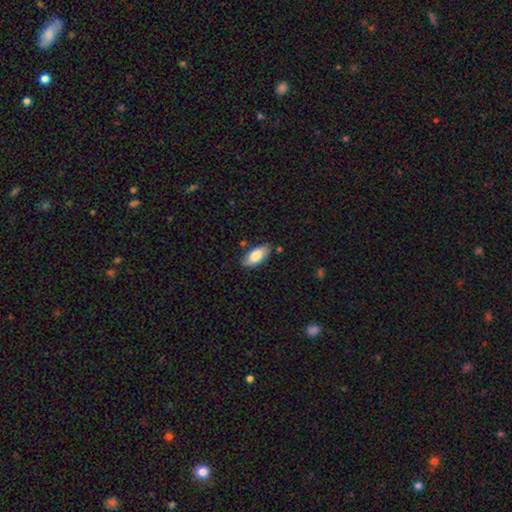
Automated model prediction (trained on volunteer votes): smooth 80%, featured or disk 14%, star or artifact 6%. Down the decision tree: how rounded — in between (89%); merging — none (79%).